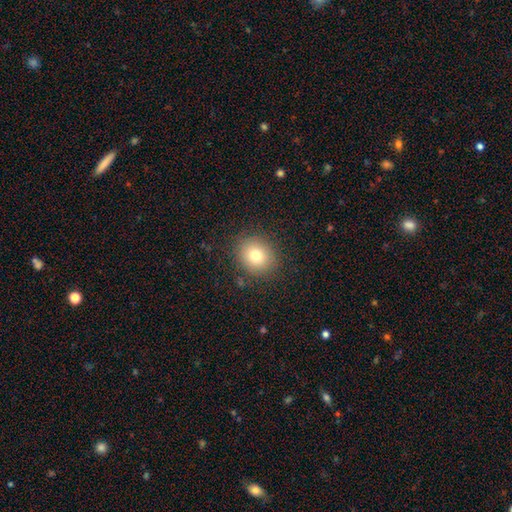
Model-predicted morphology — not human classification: A smooth galaxy with no disk features (77%) that is round (74%). Merging: none (87%).